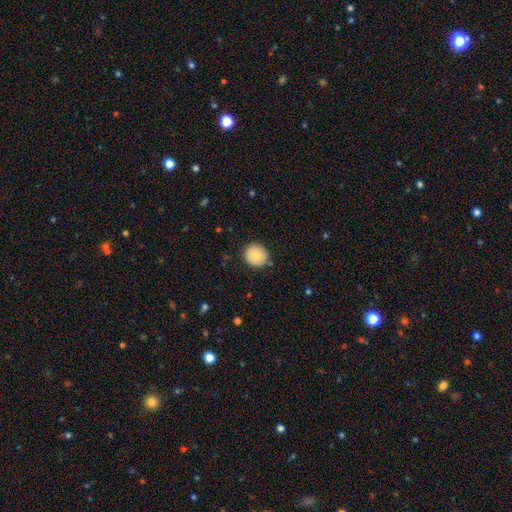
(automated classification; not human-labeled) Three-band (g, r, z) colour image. It shows a smooth galaxy with no disk features (82%) that is round (93%). Merging: none (87%).